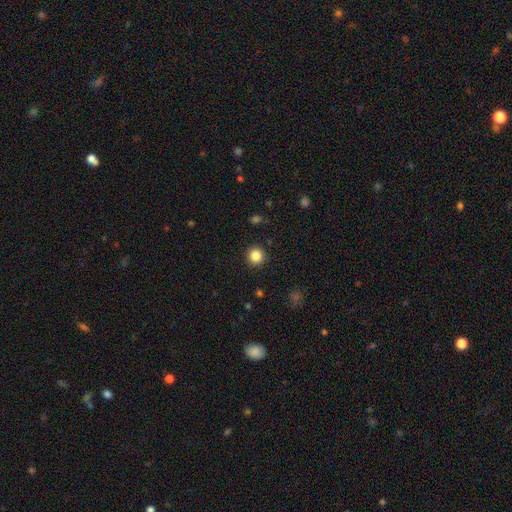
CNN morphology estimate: This appears to be a smooth galaxy with no disk features (85%) that is round (94%). Merging: none (92%).